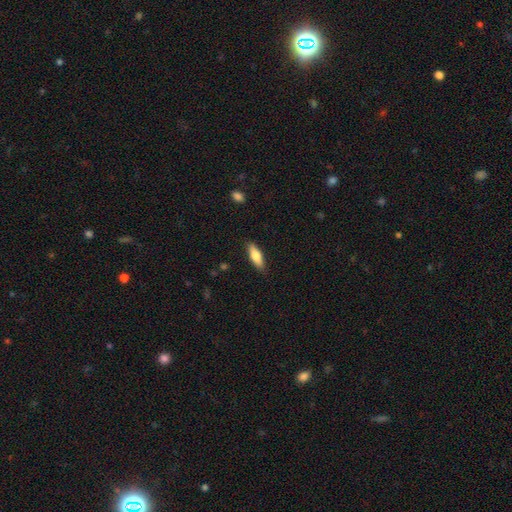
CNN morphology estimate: type=smooth (69%); roundness=in between (54%); merging=none (86%).